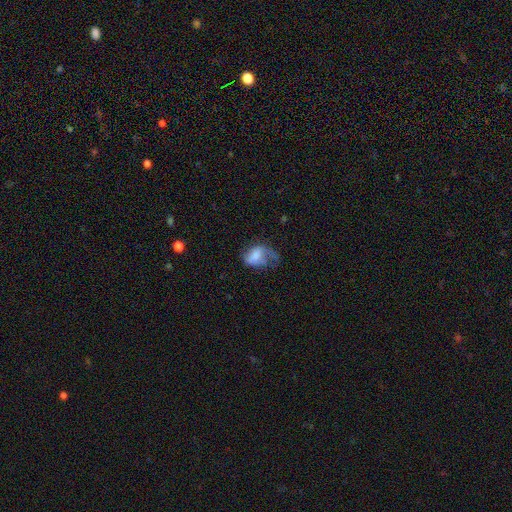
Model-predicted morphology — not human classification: Q: Smooth or featured?
A: smooth (57%); runner-up: featured or disk (33%)
Q: How rounded?
A: in between (81%); runner-up: round (18%)
Q: Merging?
A: major disturbance (51%); runner-up: minor disturbance (24%)